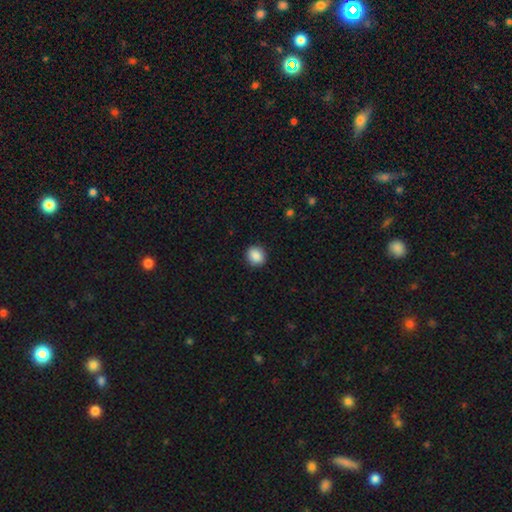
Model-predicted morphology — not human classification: This appears to be a smooth galaxy with no disk features (89%) that is round (78%). Merging: none (91%).